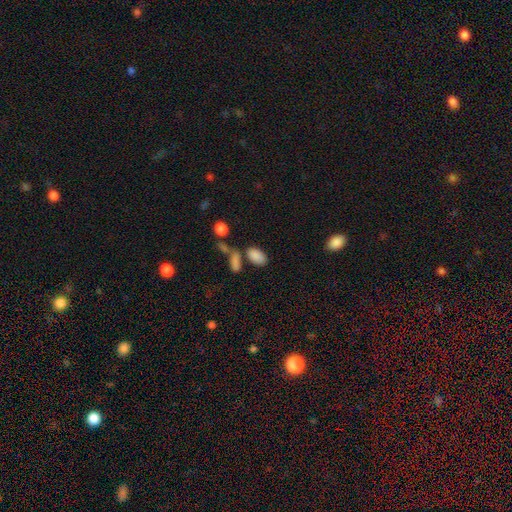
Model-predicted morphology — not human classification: This appears to be a smooth galaxy with no disk features (86%) that is in between round and cigar-shaped (92%). Merging: none (65%).